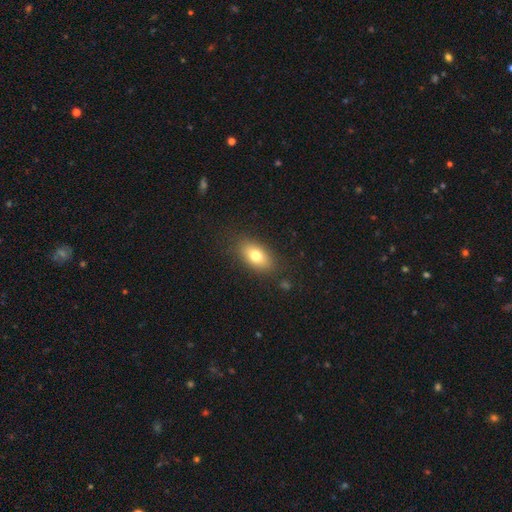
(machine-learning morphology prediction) smooth_or_featured: smooth (p=0.76) [alt: featured or disk p=0.15]
how_rounded: in between (p=0.86) [alt: round p=0.09]
merging: none (p=0.84) [alt: minor disturbance p=0.11]